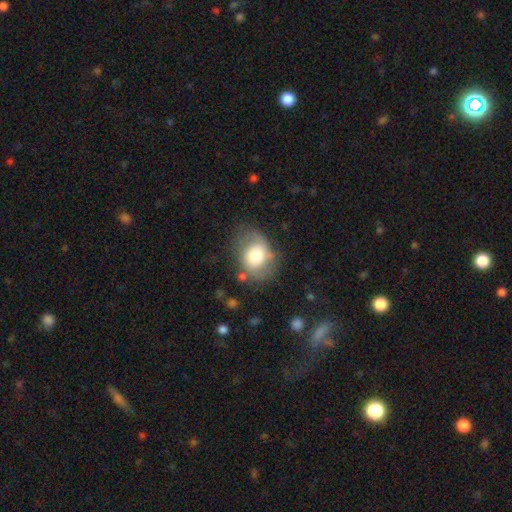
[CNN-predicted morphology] Smooth or featured? Predicted: smooth (p=0.64). How rounded? Predicted: in between (p=0.57). Merging? Predicted: none (p=0.56).